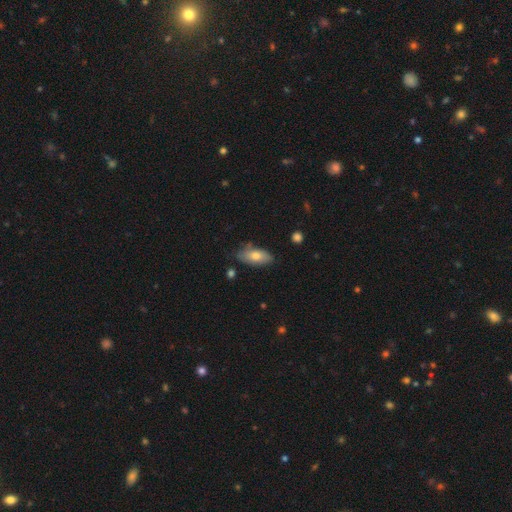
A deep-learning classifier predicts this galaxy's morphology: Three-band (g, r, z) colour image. It shows a smooth galaxy with no disk features (73%) that is in between round and cigar-shaped (88%). Merging: none (74%).